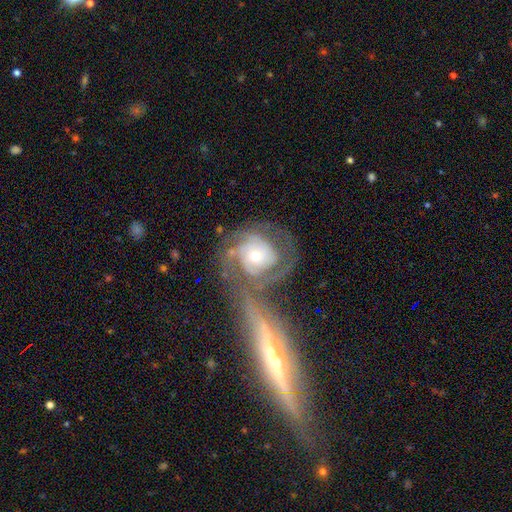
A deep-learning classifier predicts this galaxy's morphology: featured or disk 82%, smooth 11%, star or artifact 7%. Down the decision tree: edge-on disk — no (97%); bar — no (74%); spiral arms — yes (93%); spiral arm count — 2 (34%); spiral winding — tight (60%); bulge size — small (51%); merging — merger (39%).